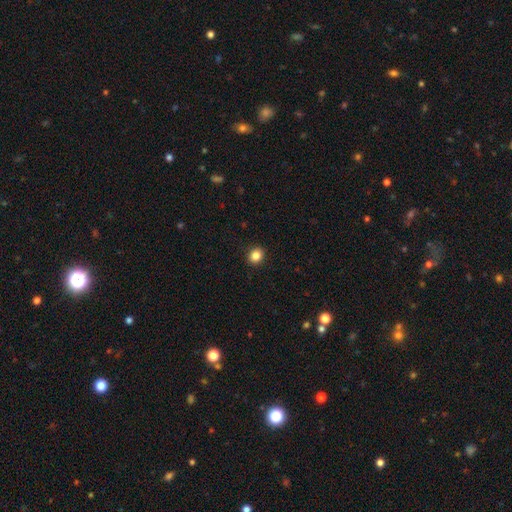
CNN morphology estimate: Smooth or featured? smooth (86%)
How rounded? round (69%)
Merging? none (92%)